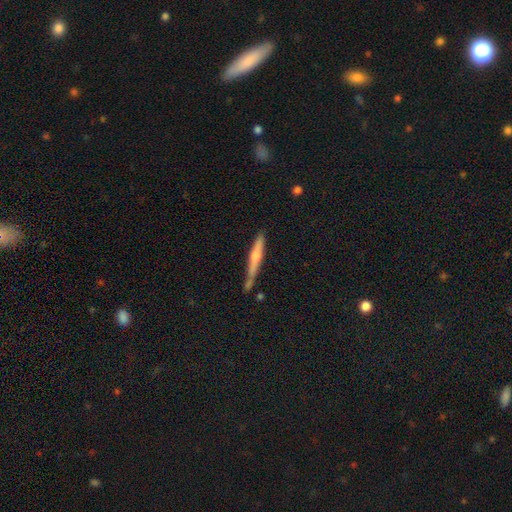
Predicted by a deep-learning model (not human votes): smooth_or_featured: smooth (p=0.53) [alt: featured or disk p=0.41]
how_rounded: cigar-shaped (p=0.93) [alt: in between p=0.05]
merging: none (p=0.62) [alt: minor disturbance p=0.22]